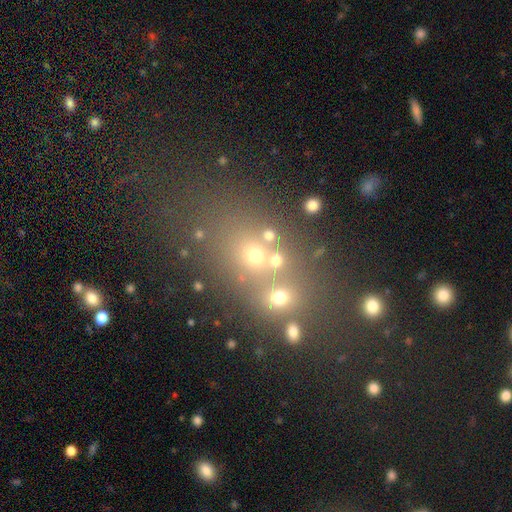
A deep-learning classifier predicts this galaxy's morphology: A star or artifact, not a galaxy (45%).

Vote fractions:
- Smooth or featured? star or artifact: 45% / smooth: 37% / featured or disk: 17%